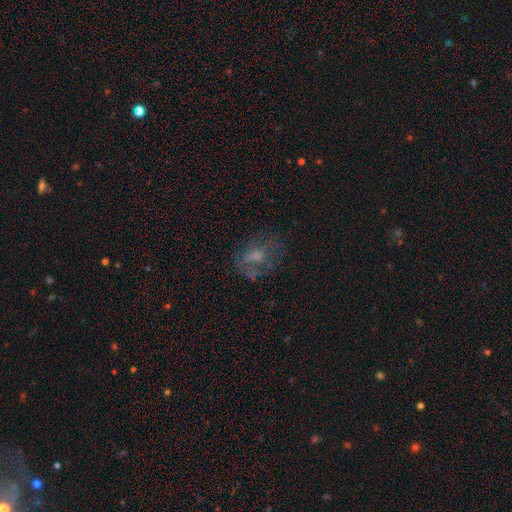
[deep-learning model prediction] Overall: smooth (42%, tied with featured or disk). Merging: none (54%; major disturbance 21%).